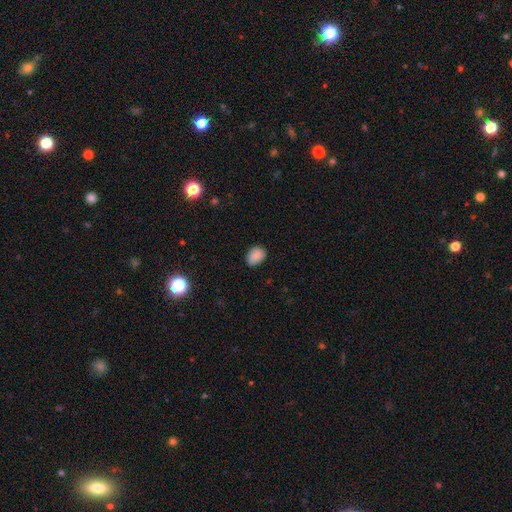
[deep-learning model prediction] This appears to be a smooth galaxy with no disk features (84%) that is in between round and cigar-shaped (69%). Merging: none (75%).